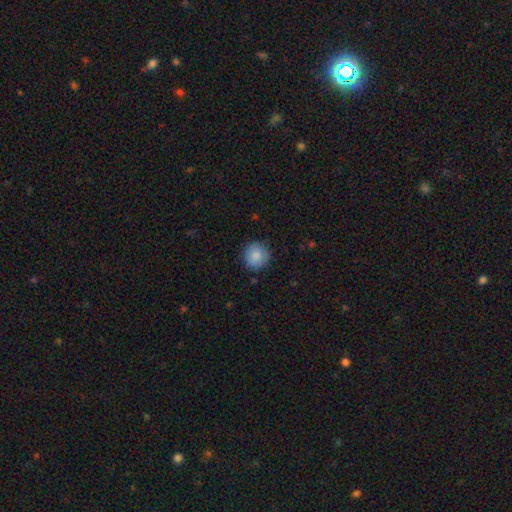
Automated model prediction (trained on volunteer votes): This is clearly a smooth galaxy (87%). How rounded: clearly round (93%). Merging: clearly none (87%).